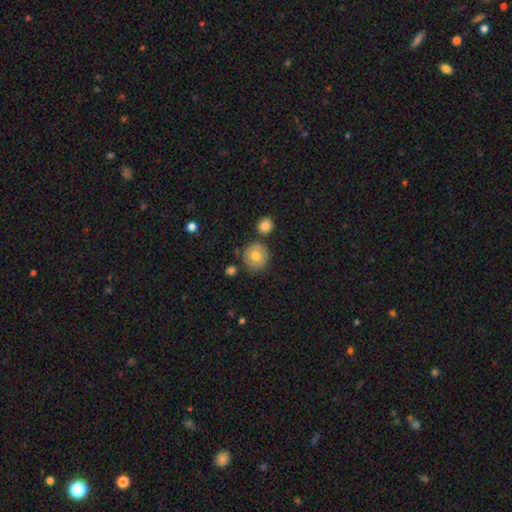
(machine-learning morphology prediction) Overall: smooth (74%). How rounded: round (92%). Merging: none (78%).